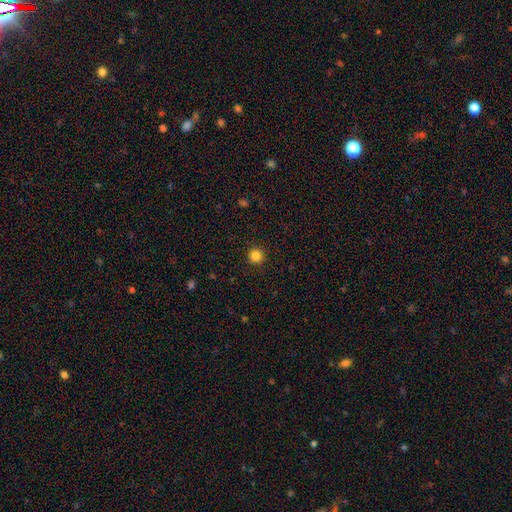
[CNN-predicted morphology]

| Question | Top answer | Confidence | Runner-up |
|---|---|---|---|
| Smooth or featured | smooth | 84% | star or artifact (12%) |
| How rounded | round | 96% | in between (3%) |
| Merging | none | 93% | minor disturbance (4%) |